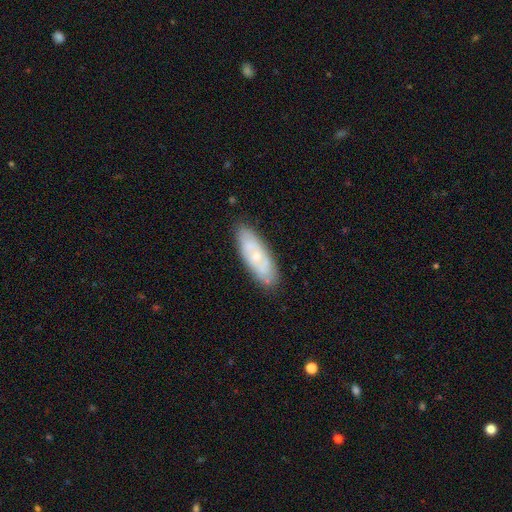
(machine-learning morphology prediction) smooth_or_featured: featured or disk (p=0.53) [alt: smooth p=0.40]
disk_edge_on: no (p=0.80) [alt: yes p=0.20]
merging: none (p=0.83) [alt: minor disturbance p=0.12]